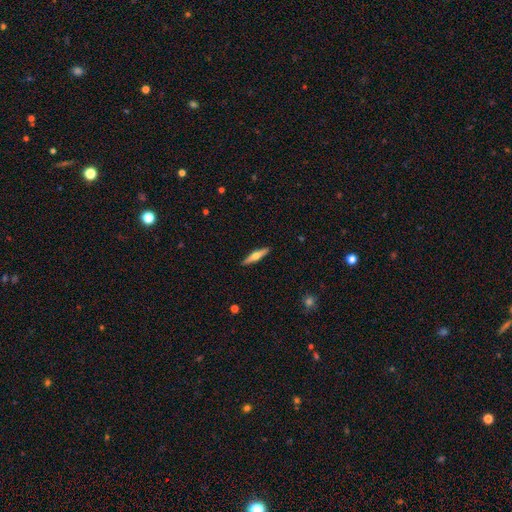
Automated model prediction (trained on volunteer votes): featured or disk 59%, smooth 36%, star or artifact 5%. Down the decision tree: edge-on disk — yes (96%); edge-on bulge — rounded (94%); merging — none (91%).